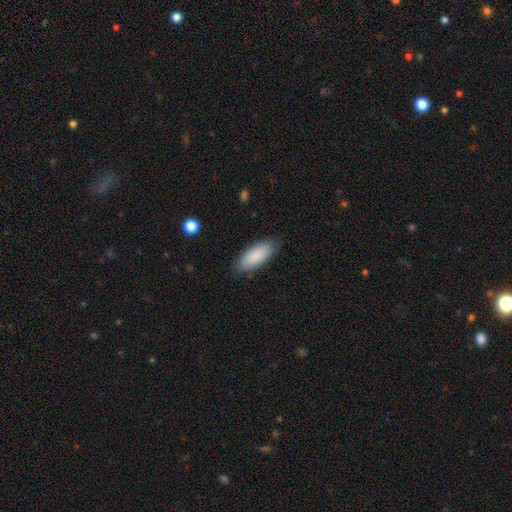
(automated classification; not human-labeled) Morphology: type=smooth (88%); roundness=in between (78%); merging=none (85%).